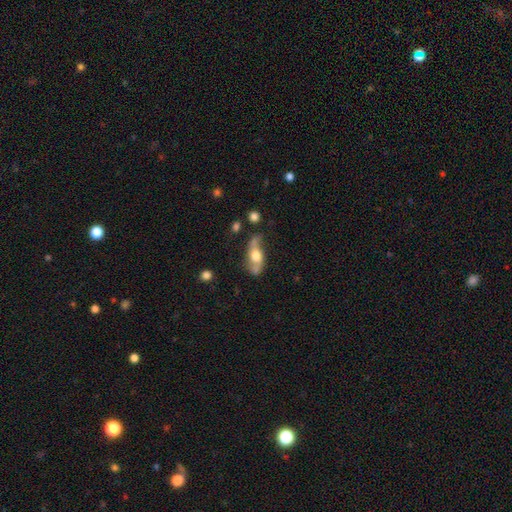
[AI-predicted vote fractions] The model was most divided on "smooth or featured": featured or disk: 58%, smooth: 35%, star or artifact: 7%. More confident: edge-on disk — no (72%); merging — none (62%).